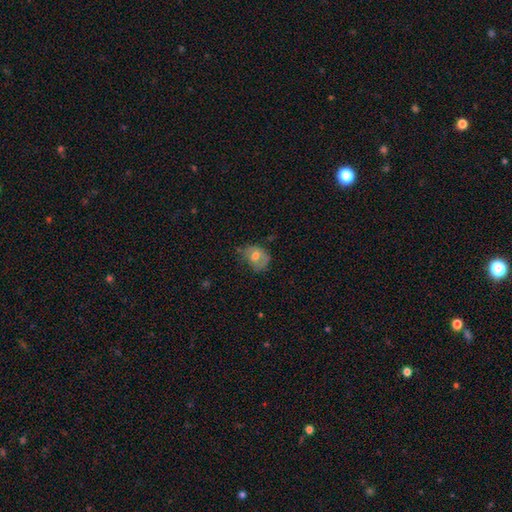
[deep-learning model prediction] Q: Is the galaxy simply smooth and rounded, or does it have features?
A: smooth — 59%.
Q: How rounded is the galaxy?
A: in between — 54%.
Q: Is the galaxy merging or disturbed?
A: none — 45%.